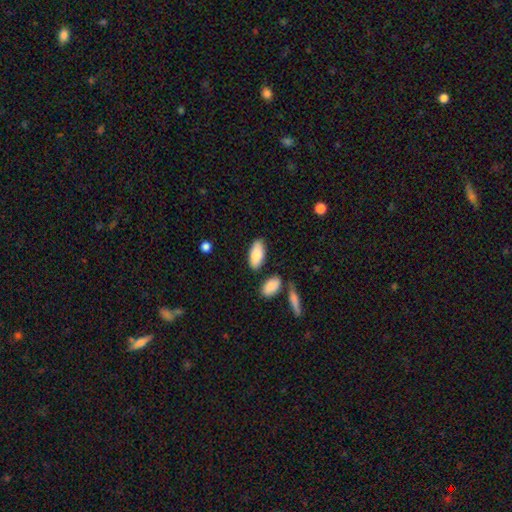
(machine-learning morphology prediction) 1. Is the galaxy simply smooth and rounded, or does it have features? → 84% smooth, 10% featured or disk, 6% star or artifact.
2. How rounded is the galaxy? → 91% in between, 7% cigar-shaped, 2% round.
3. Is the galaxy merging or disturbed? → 81% none, 12% minor disturbance, 5% merger, 3% major disturbance.